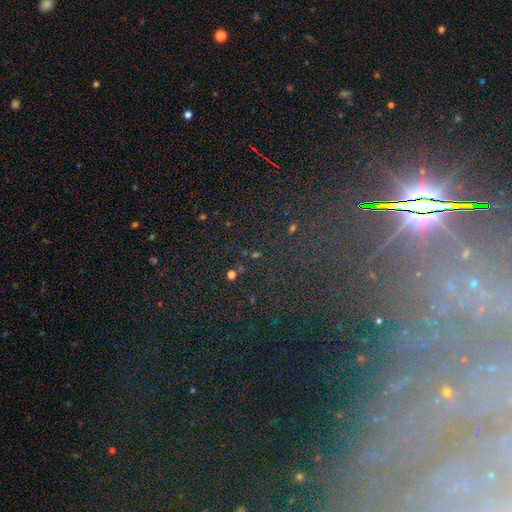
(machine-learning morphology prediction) Overall: star or artifact (76%).